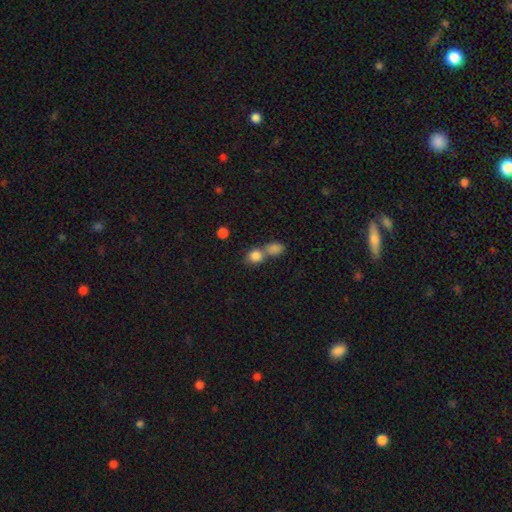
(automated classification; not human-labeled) A smooth galaxy with no disk features (83%) that is round (66%). Merging: merger (55%).